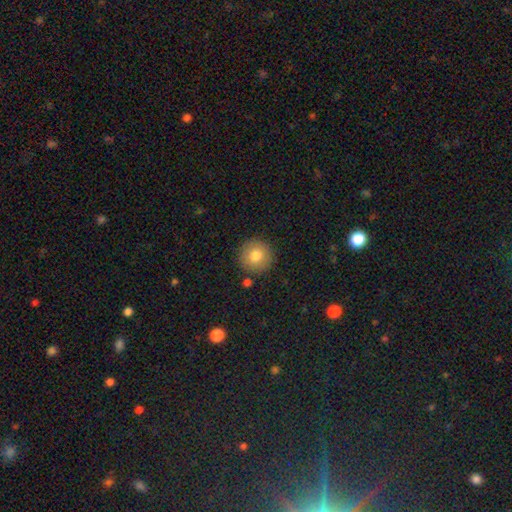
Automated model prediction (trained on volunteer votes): Morphology: type=smooth (79%); roundness=round (95%); merging=none (88%).